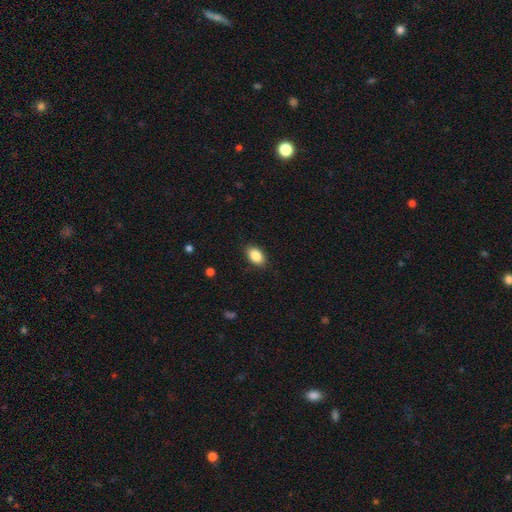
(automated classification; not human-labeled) smooth-or-featured: smooth: 87% | star or artifact: 7% | featured or disk: 5%
  how-rounded: in between: 90% | round: 8% | cigar-shaped: 2%
  merging: none: 87% | minor disturbance: 10% | major disturbance: 2% | merger: 1%